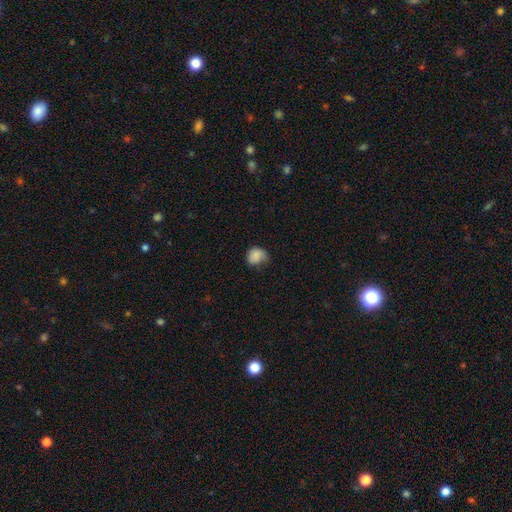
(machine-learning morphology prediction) smooth 82%, featured or disk 9%, star or artifact 9%. Down the decision tree: how rounded — round (65%); merging — none (52%).